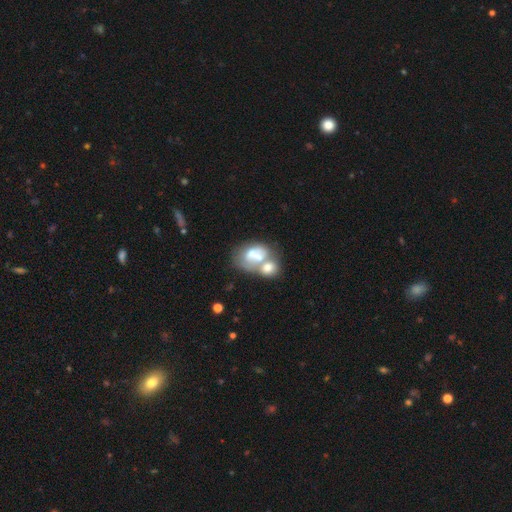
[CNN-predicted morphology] Smooth or featured? smooth (53%)
How rounded? in between (72%)
Merging? merger (65%)